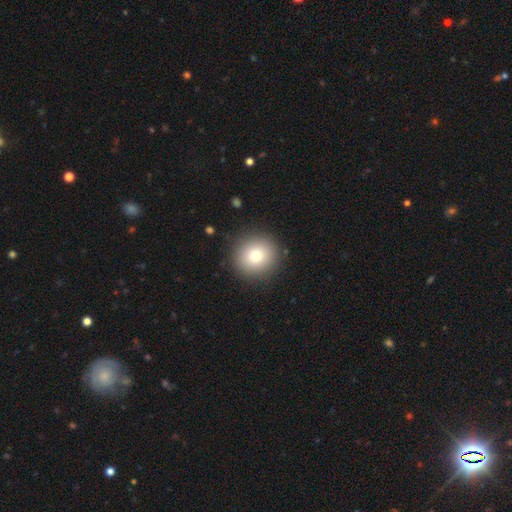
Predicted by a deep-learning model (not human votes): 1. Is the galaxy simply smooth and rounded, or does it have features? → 81% smooth, 10% star or artifact, 9% featured or disk.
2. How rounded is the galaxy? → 92% round, 7% in between, 1% cigar-shaped.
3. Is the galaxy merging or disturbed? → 89% none, 7% minor disturbance, 3% major disturbance, 1% merger.